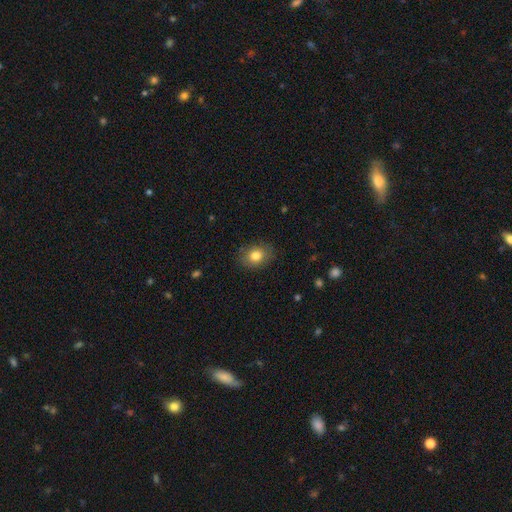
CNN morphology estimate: Overall: smooth (82%). How rounded: in between (57%; round 41%). Merging: none (85%).